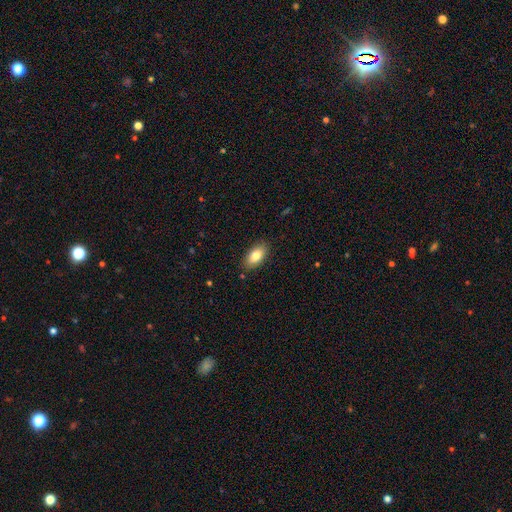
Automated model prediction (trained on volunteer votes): smooth-or-featured: smooth: 81% | featured or disk: 12% | star or artifact: 7%
  how-rounded: in between: 91% | cigar-shaped: 5% | round: 4%
  merging: none: 86% | minor disturbance: 10% | major disturbance: 2% | merger: 1%